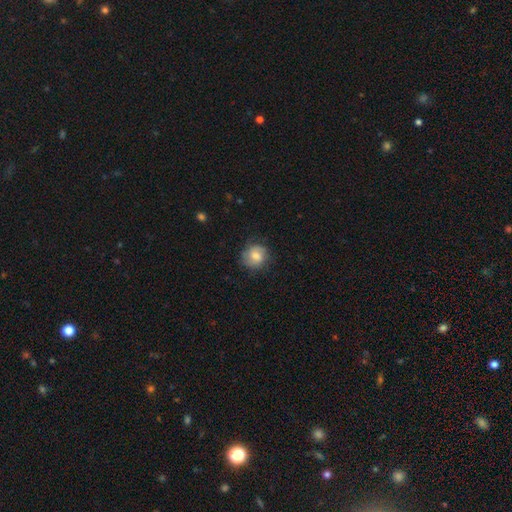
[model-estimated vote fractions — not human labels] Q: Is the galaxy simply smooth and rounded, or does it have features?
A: smooth — 67%.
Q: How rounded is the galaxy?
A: round — 82%.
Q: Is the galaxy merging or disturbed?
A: none — 75%.